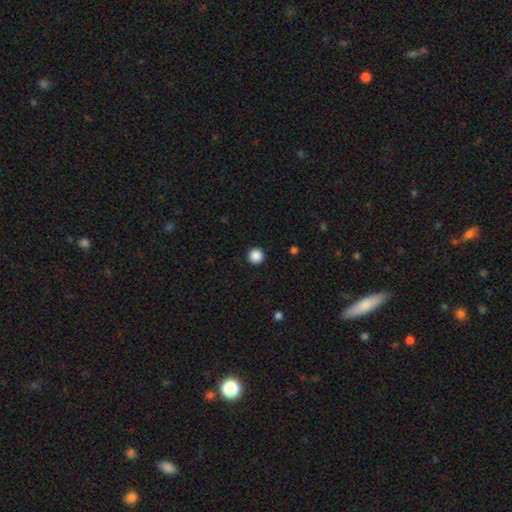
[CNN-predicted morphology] A smooth galaxy with no disk features (88%) that is round (96%). Merging: none (93%).